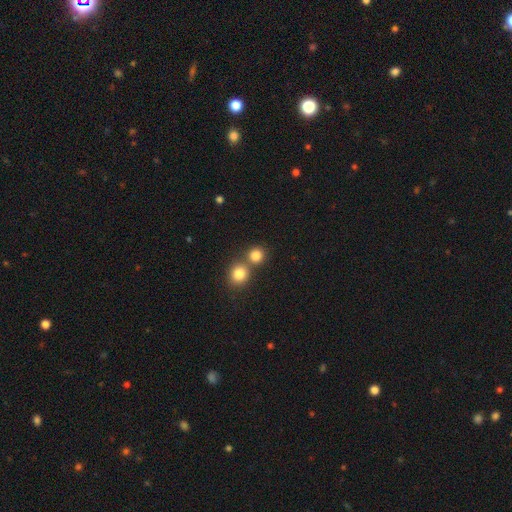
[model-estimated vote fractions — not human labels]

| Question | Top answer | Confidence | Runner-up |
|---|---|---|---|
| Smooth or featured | smooth | 82% | star or artifact (12%) |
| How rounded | round | 88% | in between (11%) |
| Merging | none | 56% | merger (35%) |